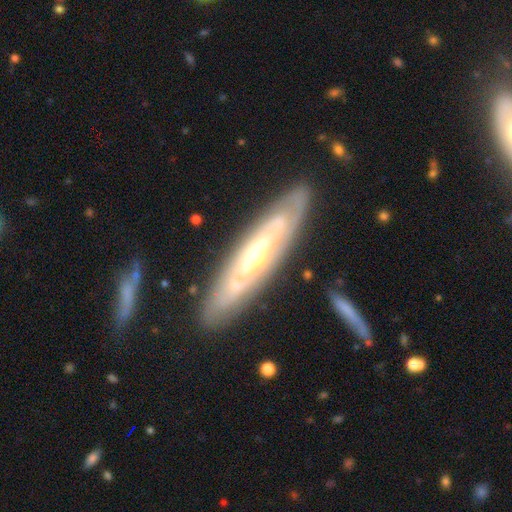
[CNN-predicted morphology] This is likely a featured or disk galaxy (78%). It is likely not viewed edge-on (64%). Bar: possibly no (58%). Spiral arm pattern: likely yes (72%). Central bulge: possibly moderate (47%, tied with small). Merging: clearly none (81%).